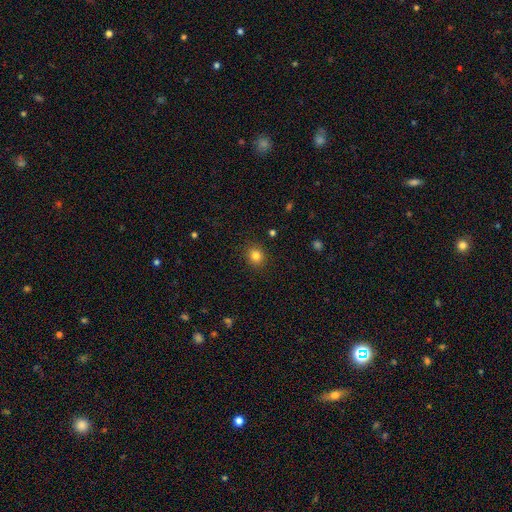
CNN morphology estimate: A smooth galaxy with no disk features (82%) that is round (86%).

Vote fractions:
- Smooth or featured? smooth: 82% / star or artifact: 12% / featured or disk: 5%
- How rounded? round: 86% / in between: 13% / cigar-shaped: 1%
- Merging? none: 90% / minor disturbance: 6% / major disturbance: 2% / merger: 1%